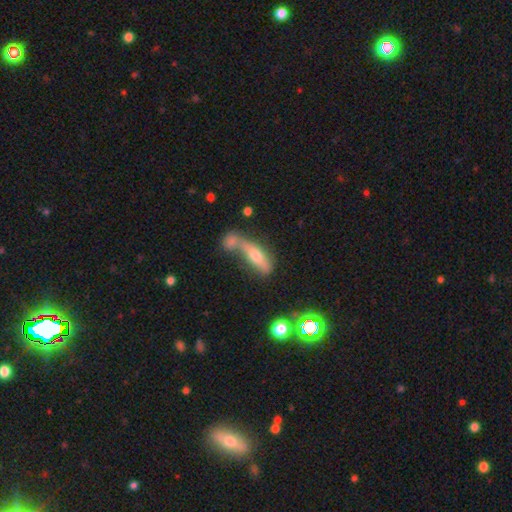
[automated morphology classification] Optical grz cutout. It shows a smooth galaxy with no disk features (50%). Merging: merger (44%).